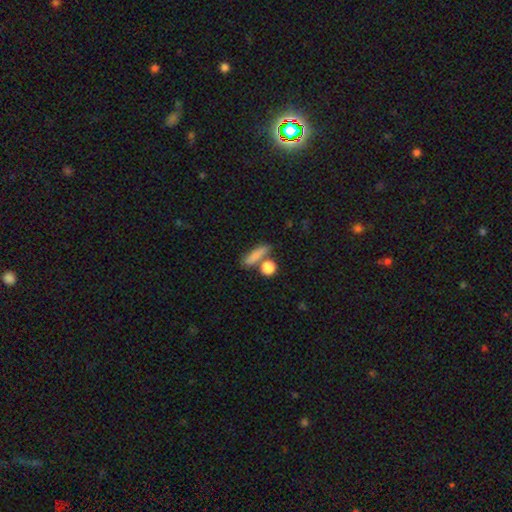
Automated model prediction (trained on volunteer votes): This appears to be a smooth galaxy with no disk features (79%) that is cigar-shaped (49%). Merging: none (59%).